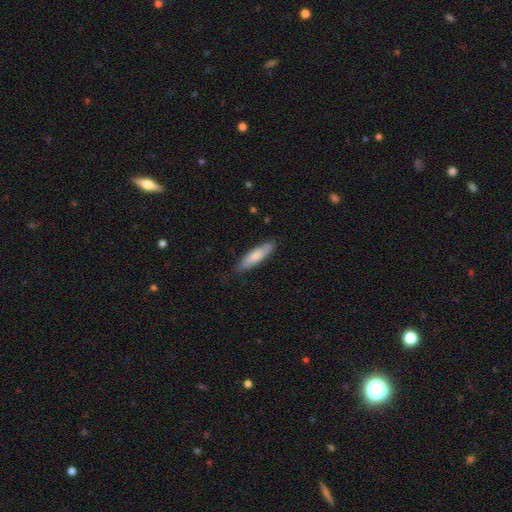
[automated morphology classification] The model was most divided on "how rounded": cigar-shaped: 68%, in between: 30%, round: 1%. More confident: merging — none (82%); smooth or featured — smooth (74%).